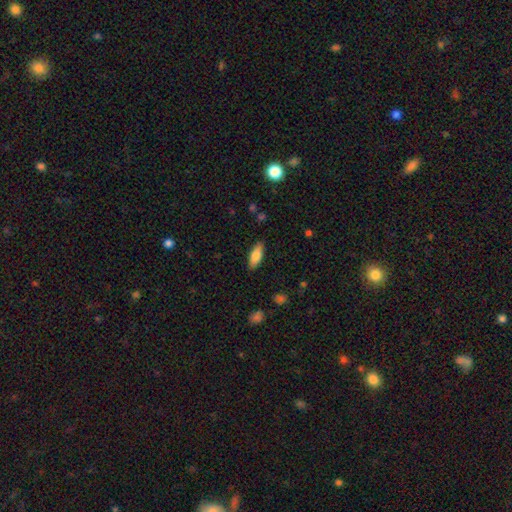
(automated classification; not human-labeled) This is clearly a smooth galaxy (80%). How rounded: likely in between (75%). Merging: clearly none (87%).